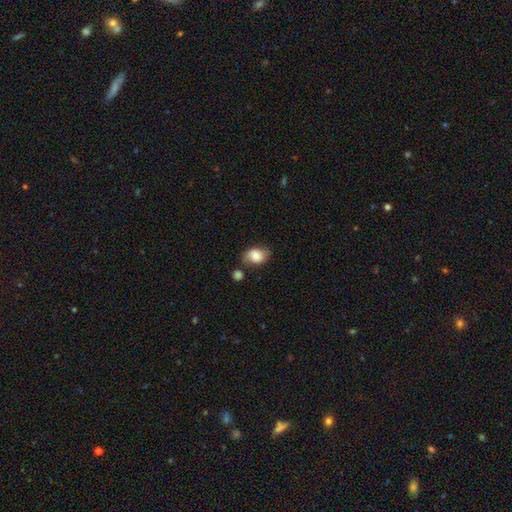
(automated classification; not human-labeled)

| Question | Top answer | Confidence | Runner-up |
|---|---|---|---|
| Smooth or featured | smooth | 71% | featured or disk (21%) |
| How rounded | in between | 70% | round (29%) |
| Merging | none | 55% | minor disturbance (25%) |